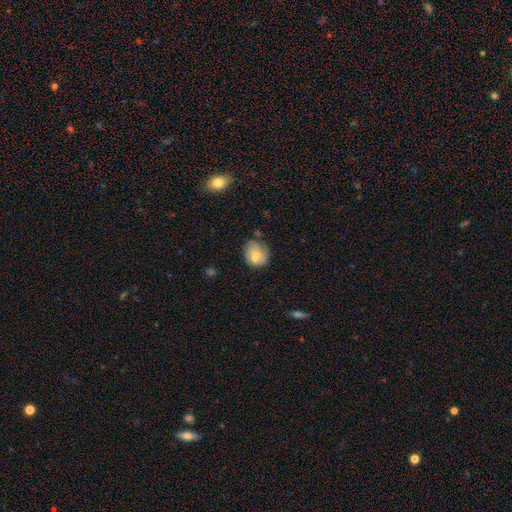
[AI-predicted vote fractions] A smooth galaxy with no disk features (55%) that is round (64%).

Vote fractions:
- Smooth or featured? smooth: 55% / featured or disk: 37% / star or artifact: 9%
- How rounded? round: 64% / in between: 35% / cigar-shaped: 1%
- Merging? none: 52% / minor disturbance: 29% / major disturbance: 14% / merger: 6%